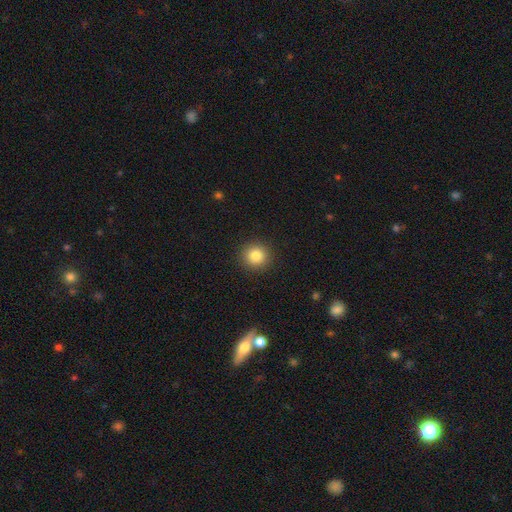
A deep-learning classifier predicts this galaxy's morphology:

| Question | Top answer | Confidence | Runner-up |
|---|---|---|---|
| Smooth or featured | smooth | 84% | star or artifact (11%) |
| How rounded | round | 92% | in between (7%) |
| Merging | none | 92% | minor disturbance (5%) |